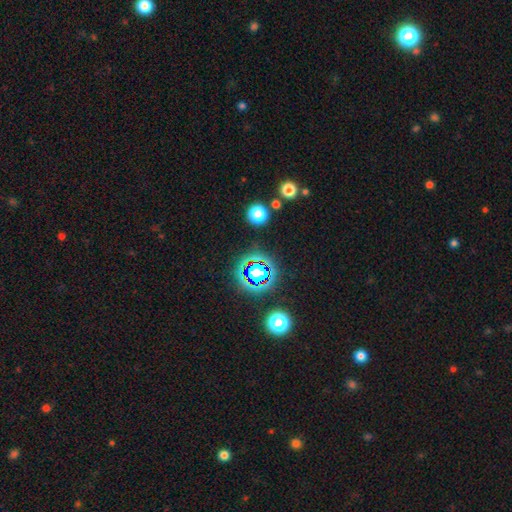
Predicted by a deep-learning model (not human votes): A star or artifact, not a galaxy (76%).

Vote fractions:
- Smooth or featured? star or artifact: 76% / smooth: 16% / featured or disk: 8%